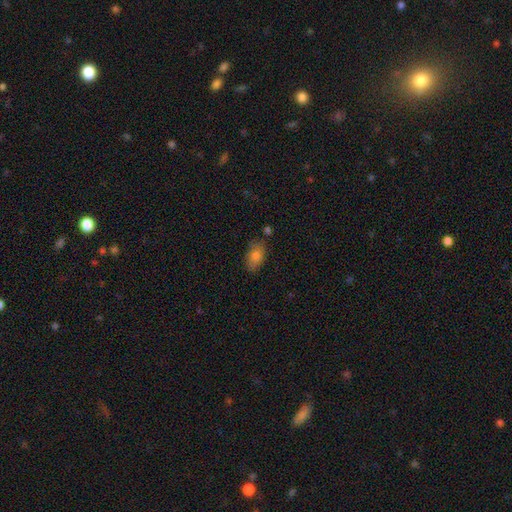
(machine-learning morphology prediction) Overall: smooth (79%). How rounded: in between (89%). Merging: none (77%).